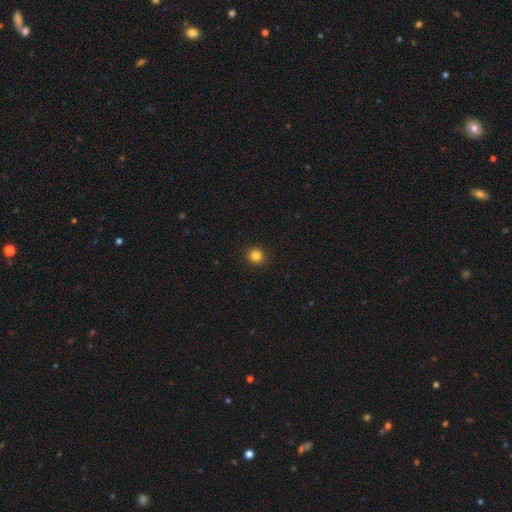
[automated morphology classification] This appears to be a smooth galaxy with no disk features (84%) that is round (93%). Merging: none (92%).